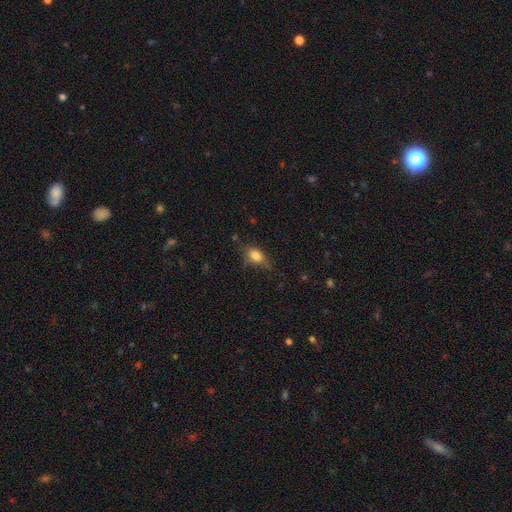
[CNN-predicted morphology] This is clearly a smooth galaxy (81%). How rounded: clearly in between (82%). Merging: possibly none (57%).